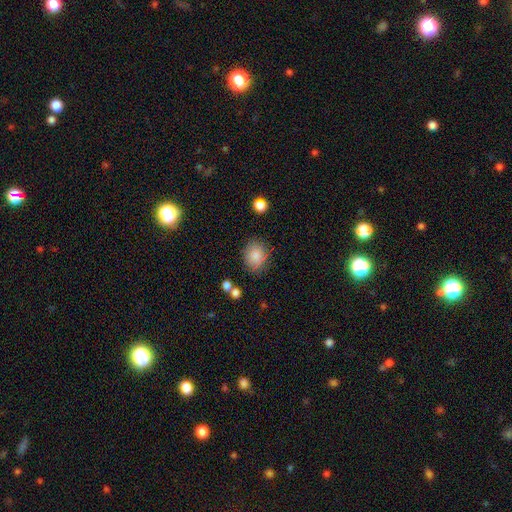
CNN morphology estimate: This is clearly a smooth galaxy (84%). How rounded: possibly round (57%). Merging: likely none (79%).